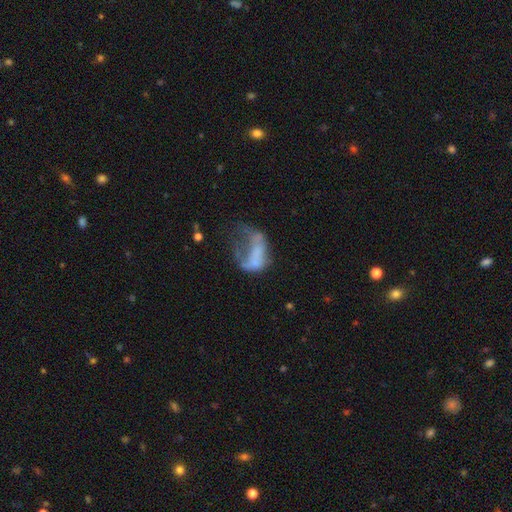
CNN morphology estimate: Q: Smooth or featured?
A: featured or disk (47%); runner-up: smooth (40%)
Q: Merging?
A: major disturbance (53%); runner-up: none (18%)